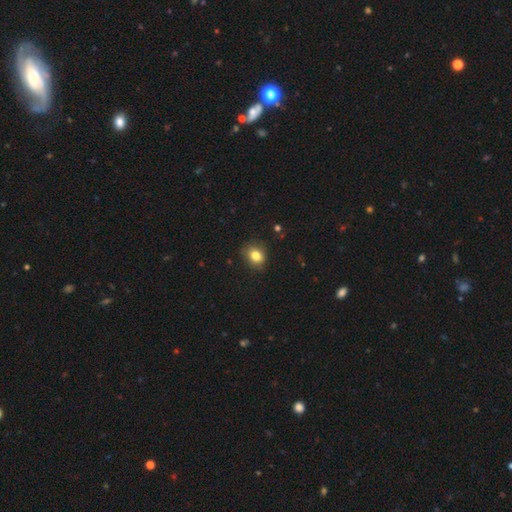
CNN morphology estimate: Overall: smooth (82%). How rounded: round (51%; in between 48%). Merging: none (78%).